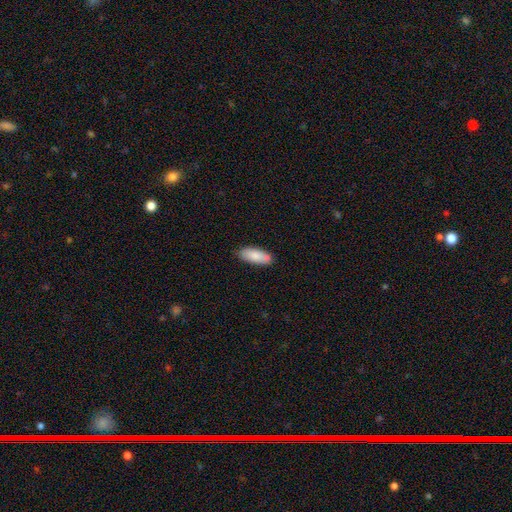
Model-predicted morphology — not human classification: Smooth or featured?
  - smooth: 84% *
  - featured or disk: 10%
  - star or artifact: 6%
How rounded?
  - in between: 77% *
  - cigar-shaped: 21%
  - round: 2%
Merging?
  - none: 83% *
  - minor disturbance: 13%
  - major disturbance: 2%
  - merger: 2%